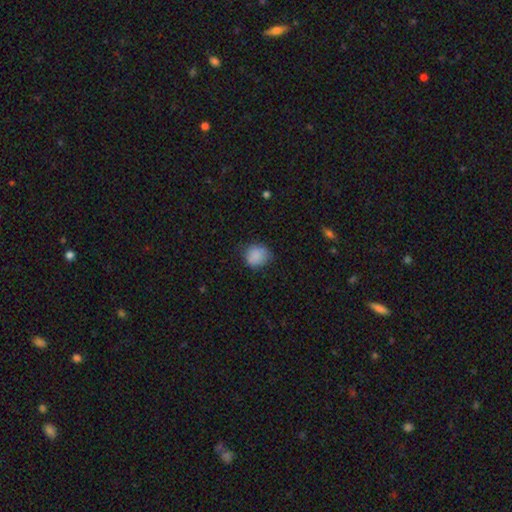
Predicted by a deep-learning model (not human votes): smooth_or_featured: smooth (p=0.84) [alt: star or artifact p=0.09]
how_rounded: round (p=0.73) [alt: in between p=0.26]
merging: none (p=0.67) [alt: minor disturbance p=0.26]